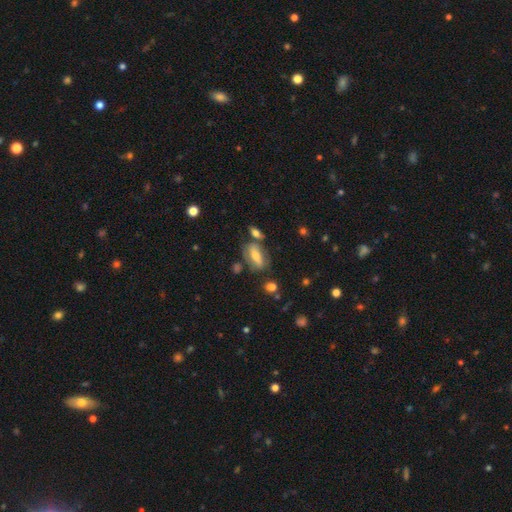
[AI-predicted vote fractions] A smooth galaxy with no disk features (48%).

Vote fractions:
- Smooth or featured? smooth: 48% / featured or disk: 42% / star or artifact: 10%
- Merging? none: 61% / minor disturbance: 19% / merger: 12% / major disturbance: 8%